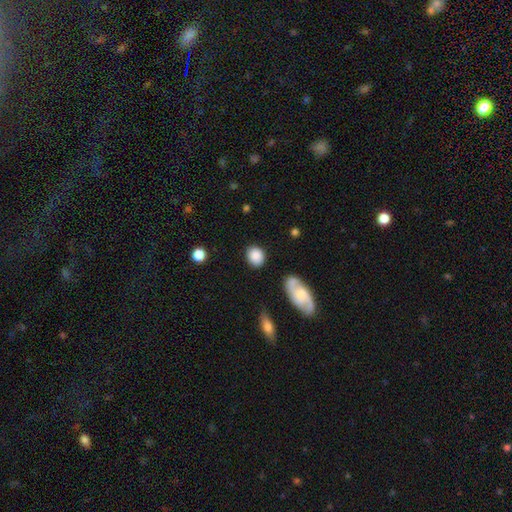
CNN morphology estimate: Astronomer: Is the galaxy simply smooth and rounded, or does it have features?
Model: smooth — 84%.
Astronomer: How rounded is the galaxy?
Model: round — 64%.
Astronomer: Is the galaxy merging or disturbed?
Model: none — 81%.